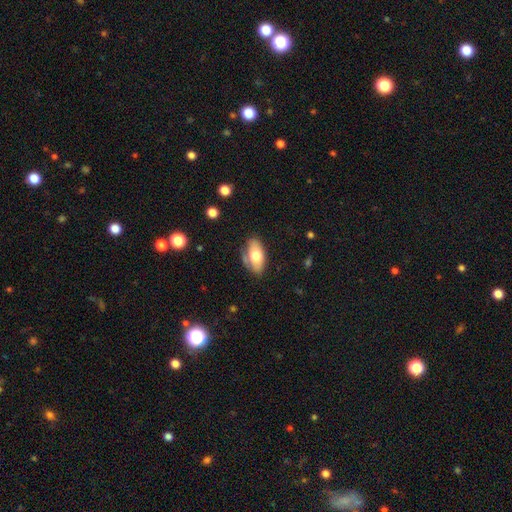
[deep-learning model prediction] This is likely a smooth galaxy (70%). How rounded: clearly in between (92%). Merging: likely none (68%).